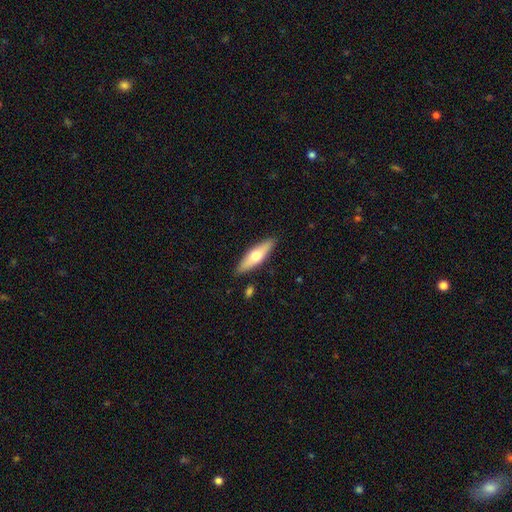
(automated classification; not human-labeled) Morphology: type=smooth (54%); roundness=cigar-shaped (57%); merging=none (87%).